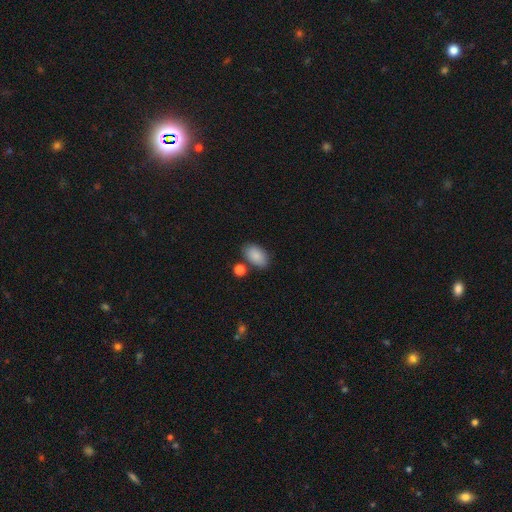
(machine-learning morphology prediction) Smooth or featured? smooth (86%)
How rounded? in between (93%)
Merging? none (76%)